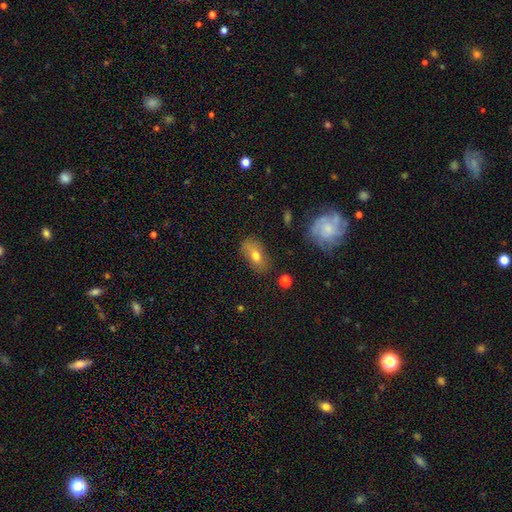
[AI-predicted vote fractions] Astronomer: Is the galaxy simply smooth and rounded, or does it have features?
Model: smooth — 68%.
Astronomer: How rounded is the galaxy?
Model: in between — 85%.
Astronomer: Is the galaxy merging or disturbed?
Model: none — 76%.